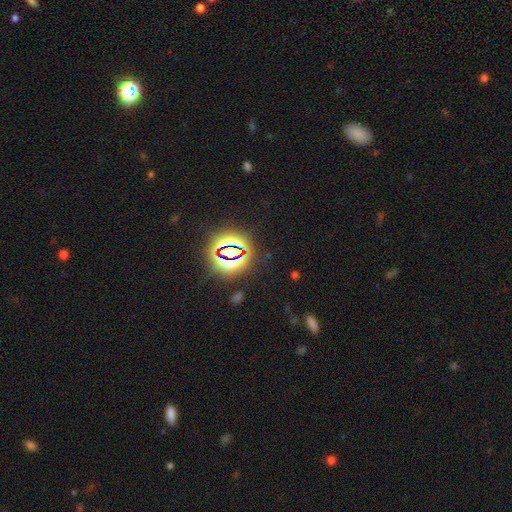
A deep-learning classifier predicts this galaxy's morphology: type=star or artifact (79%).